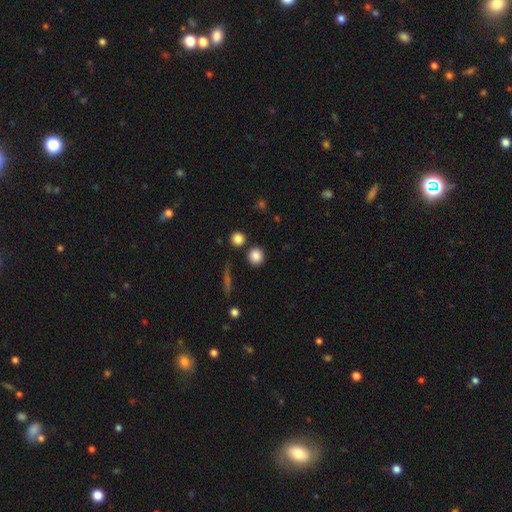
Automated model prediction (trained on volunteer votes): smooth 85%, star or artifact 10%, featured or disk 5%. Down the decision tree: how rounded — round (84%); merging — none (83%).